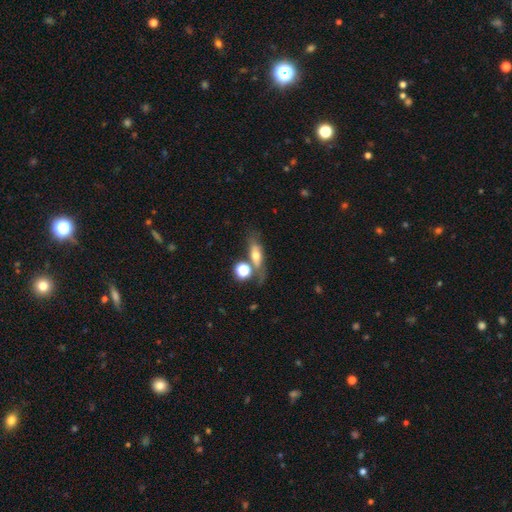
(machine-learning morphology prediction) The model was most divided on "smooth or featured": smooth: 52%, featured or disk: 35%, star or artifact: 12%. Remaining: how rounded — in between (54%); merging — none (48%).